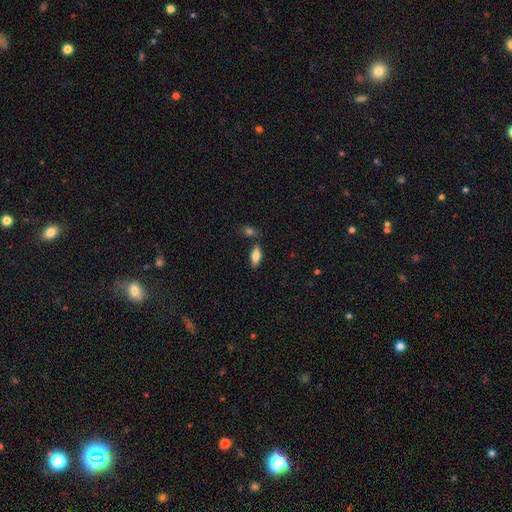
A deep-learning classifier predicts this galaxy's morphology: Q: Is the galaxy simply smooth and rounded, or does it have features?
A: smooth — 78%.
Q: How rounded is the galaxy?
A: in between — 79%.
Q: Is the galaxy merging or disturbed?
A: none — 76%.